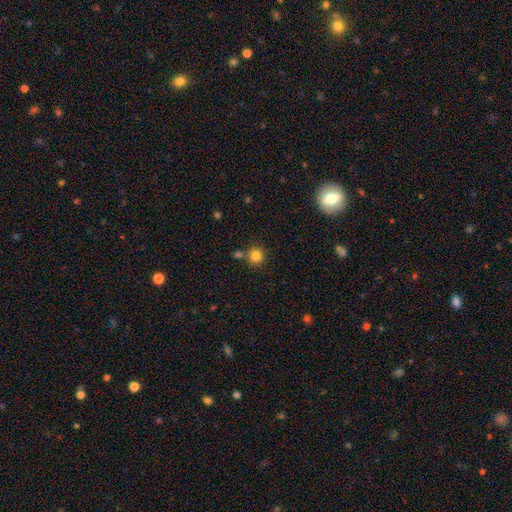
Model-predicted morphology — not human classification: Smooth or featured: smooth — 83% (star or artifact — 11%)
How rounded: round — 92% (in between — 7%)
Merging: none — 72% (merger — 16%)